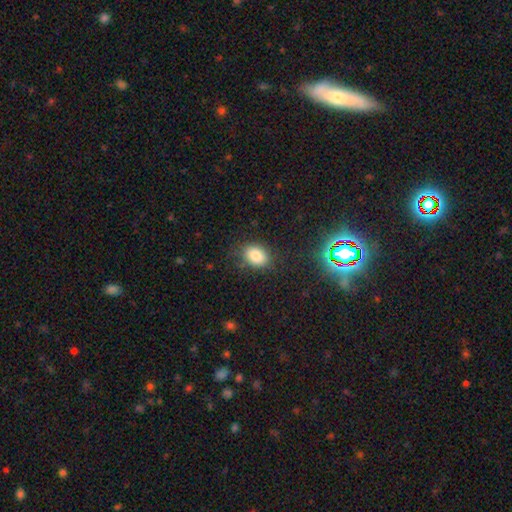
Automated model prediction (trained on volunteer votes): Smooth or featured? smooth (82%)
How rounded? in between (70%)
Merging? none (78%)